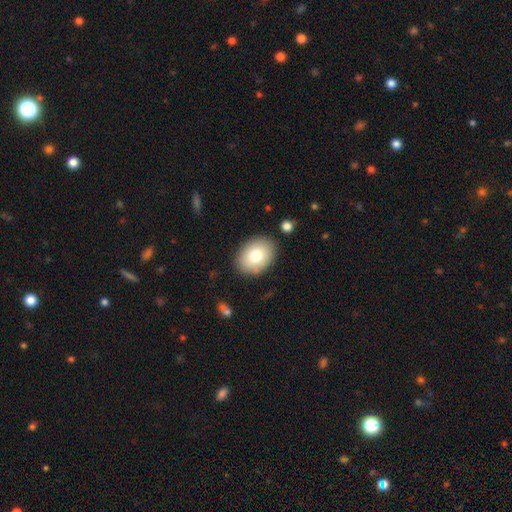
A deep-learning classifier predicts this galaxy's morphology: Smooth or featured?
  - smooth: 78% *
  - featured or disk: 14%
  - star or artifact: 8%
How rounded?
  - in between: 75% *
  - round: 24%
  - cigar-shaped: 1%
Merging?
  - none: 86% *
  - minor disturbance: 9%
  - major disturbance: 2%
  - merger: 2%